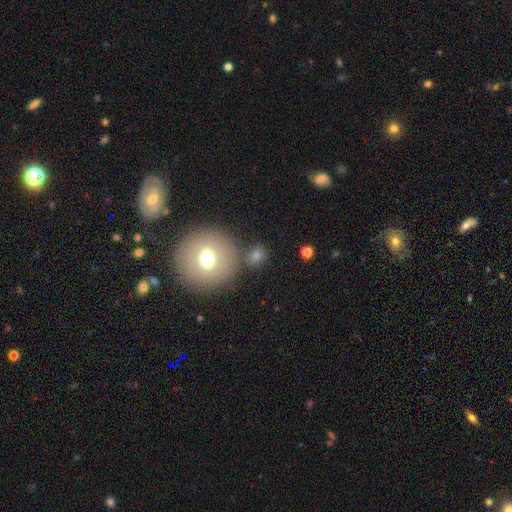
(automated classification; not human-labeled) Q: Smooth or featured?
A: smooth (62%); runner-up: star or artifact (20%)
Q: How rounded?
A: round (81%); runner-up: in between (17%)
Q: Merging?
A: none (72%); runner-up: merger (12%)